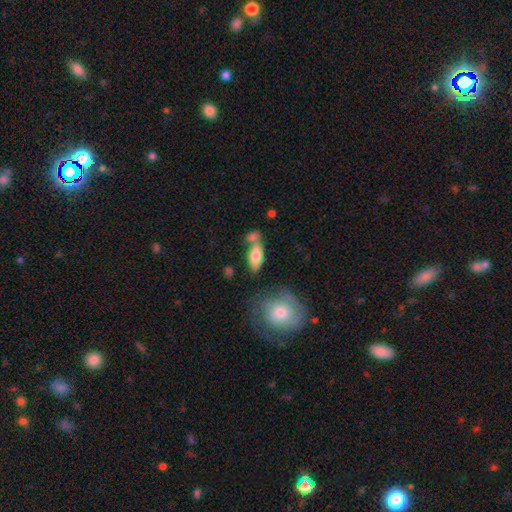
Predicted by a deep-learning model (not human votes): A smooth galaxy with no disk features (77%) that is in between round and cigar-shaped (82%). Merging: none (50%).